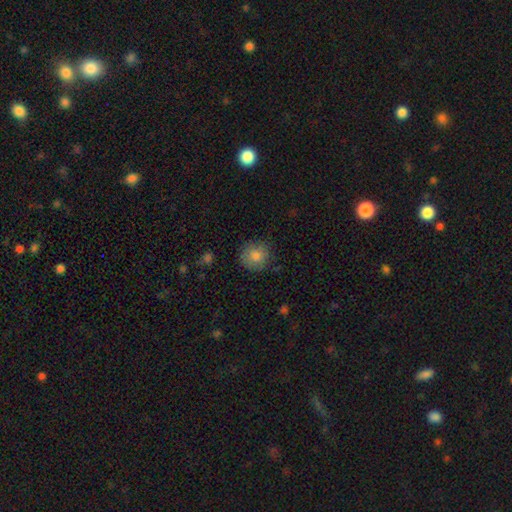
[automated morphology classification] Overall: smooth (83%). How rounded: round (90%). Merging: none (81%).